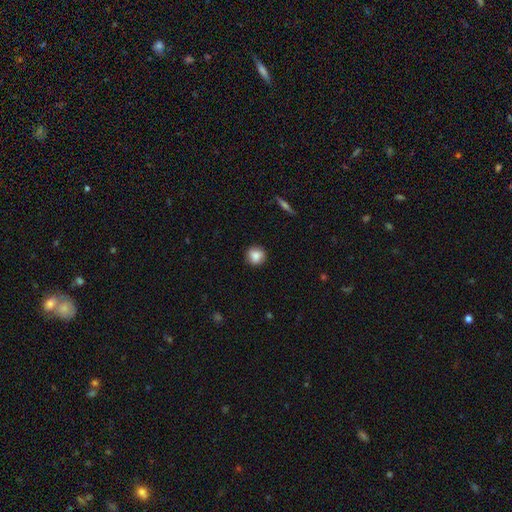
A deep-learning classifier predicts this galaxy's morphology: Overall: smooth (85%). How rounded: round (87%). Merging: none (88%).